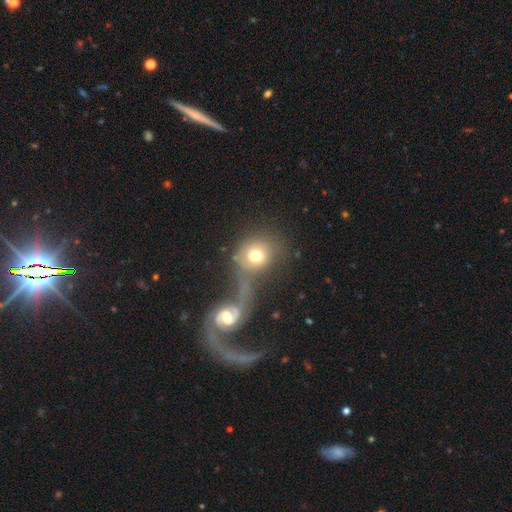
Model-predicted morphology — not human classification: A smooth galaxy with no disk features (59%) that is round (75%).

Vote fractions:
- Smooth or featured? smooth: 59% / featured or disk: 31% / star or artifact: 9%
- How rounded? round: 75% / in between: 24% / cigar-shaped: 1%
- Merging? merger: 56% / none: 26% / major disturbance: 10% / minor disturbance: 8%